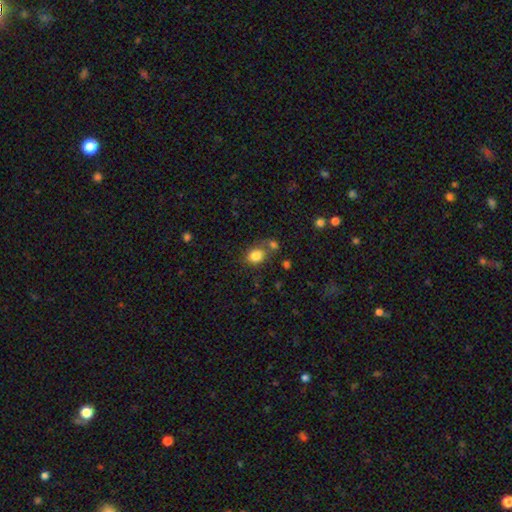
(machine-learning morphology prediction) Q: Smooth or featured?
A: smooth (84%); runner-up: star or artifact (10%)
Q: How rounded?
A: in between (53%); runner-up: round (46%)
Q: Merging?
A: none (61%); runner-up: merger (19%)